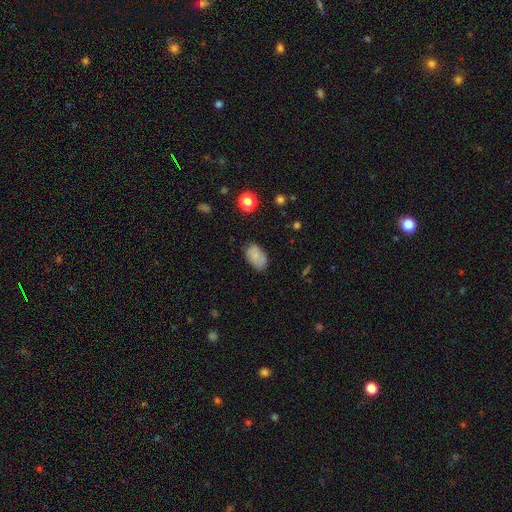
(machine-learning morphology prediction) Overall: smooth (77%). How rounded: in between (92%). Merging: none (74%).